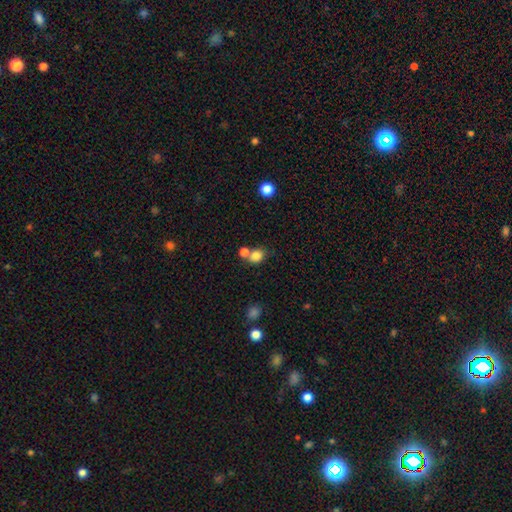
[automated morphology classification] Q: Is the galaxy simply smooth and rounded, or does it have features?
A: smooth — 82%.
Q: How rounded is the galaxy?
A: round — 67%.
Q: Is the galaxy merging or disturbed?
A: none — 50%.